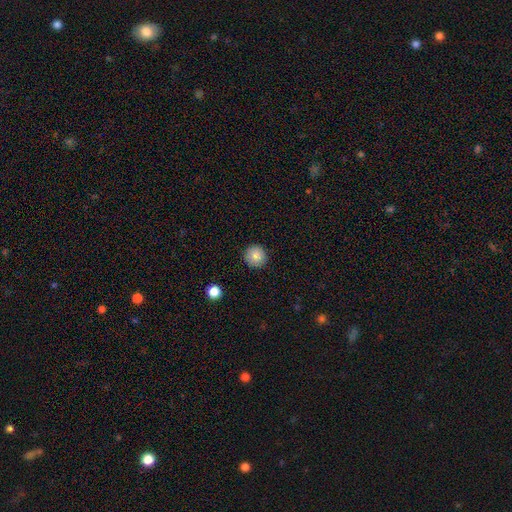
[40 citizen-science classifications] This appears to be a smooth galaxy with no disk features (95%) that is round (95%). Merging: none (100%).